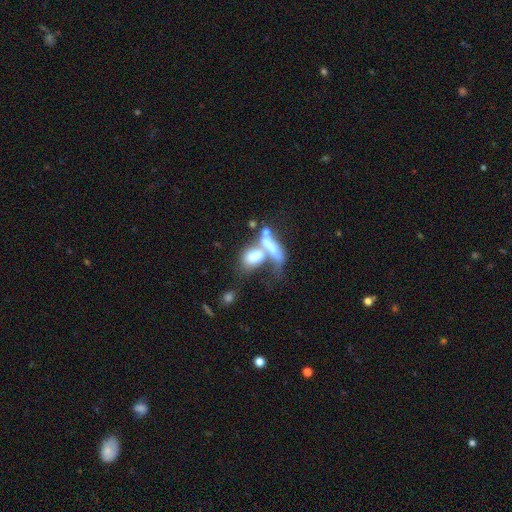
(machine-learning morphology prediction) smooth-or-featured: smooth: 60% | featured or disk: 30% | star or artifact: 10%
  how-rounded: in between: 73% | cigar-shaped: 16% | round: 10%
  merging: merger: 65% | major disturbance: 14% | none: 13% | minor disturbance: 8%